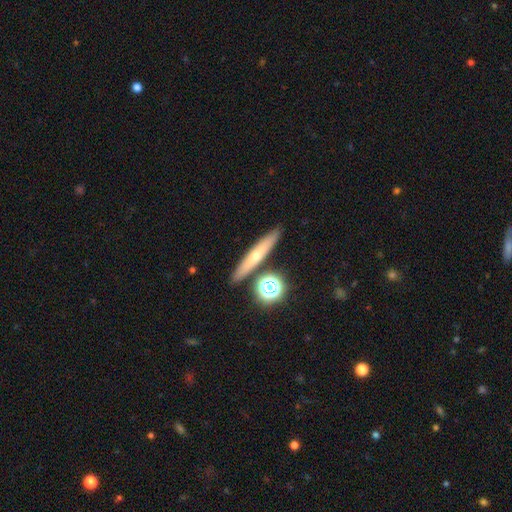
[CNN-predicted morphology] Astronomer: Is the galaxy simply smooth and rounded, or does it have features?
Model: smooth — 47% (runner-up: featured or disk, 41%).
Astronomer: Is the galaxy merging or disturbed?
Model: none — 83%.